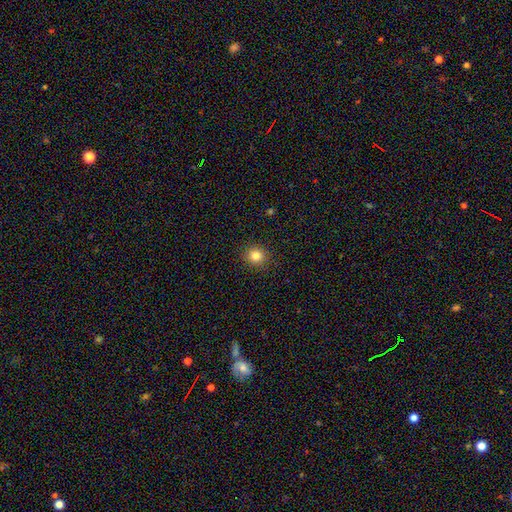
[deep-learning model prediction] smooth-or-featured: smooth: 83% | star or artifact: 12% | featured or disk: 5%
  how-rounded: round: 87% | in between: 12% | cigar-shaped: 1%
  merging: none: 91% | minor disturbance: 6% | major disturbance: 2% | merger: 1%